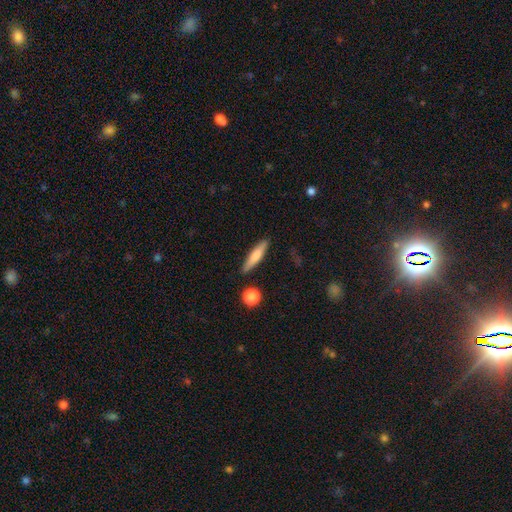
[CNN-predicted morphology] Overall: smooth (66%; featured or disk 28%). How rounded: cigar-shaped (83%). Merging: none (87%).